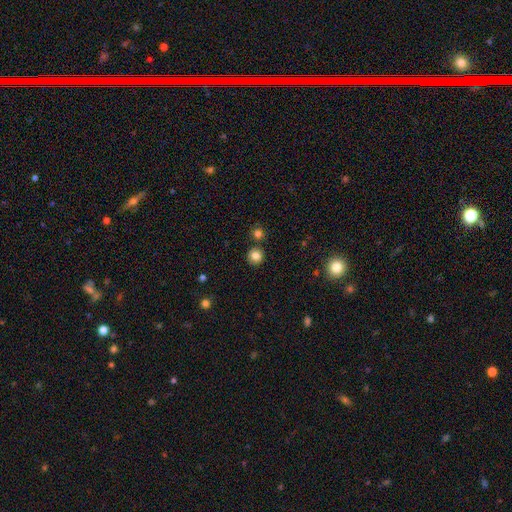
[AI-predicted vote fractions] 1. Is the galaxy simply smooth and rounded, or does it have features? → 83% smooth, 12% star or artifact, 5% featured or disk.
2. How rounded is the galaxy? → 91% round, 9% in between, 1% cigar-shaped.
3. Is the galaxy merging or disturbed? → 82% none, 8% merger, 8% minor disturbance, 2% major disturbance.